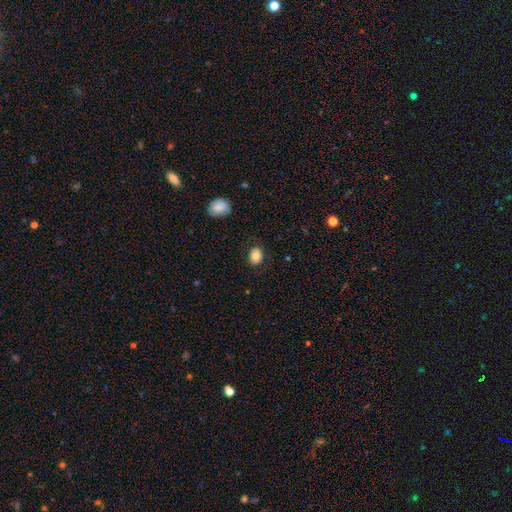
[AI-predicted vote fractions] Overall: smooth (80%). How rounded: in between (55%; round 44%). Merging: none (82%).